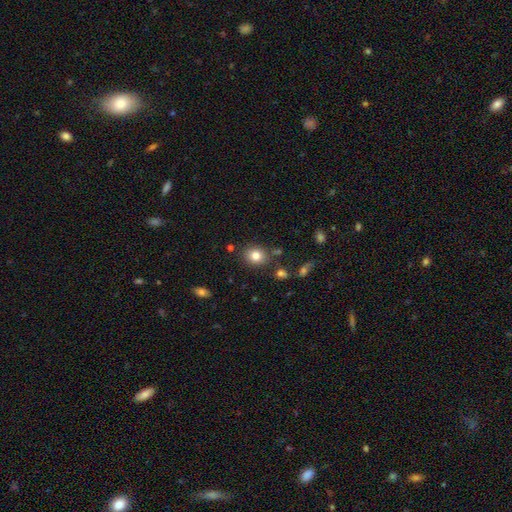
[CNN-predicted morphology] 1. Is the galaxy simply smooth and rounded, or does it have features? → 80% smooth, 11% star or artifact, 9% featured or disk.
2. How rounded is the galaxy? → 67% round, 32% in between, 1% cigar-shaped.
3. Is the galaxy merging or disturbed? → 82% none, 10% minor disturbance, 5% merger, 3% major disturbance.